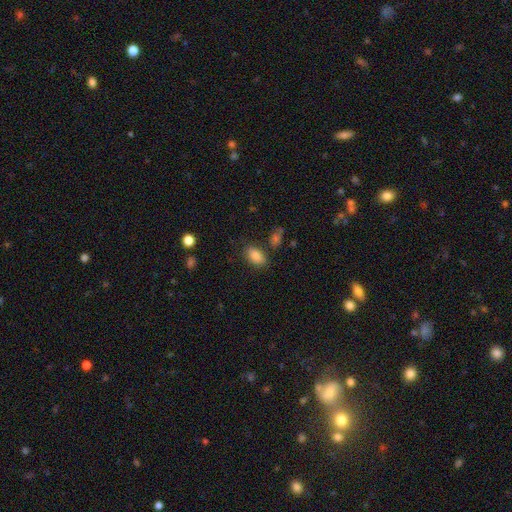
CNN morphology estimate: Overall: smooth (85%). How rounded: in between (90%). Merging: none (77%).